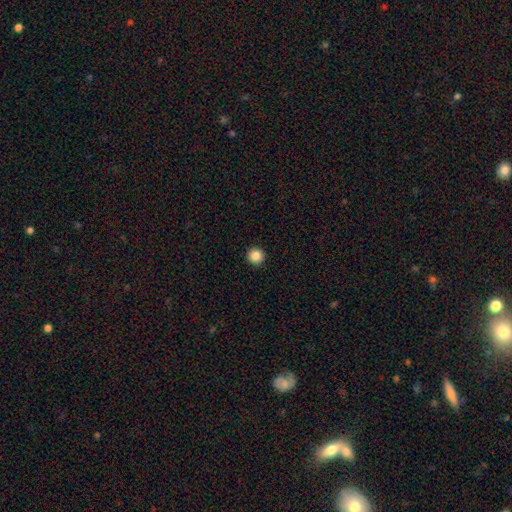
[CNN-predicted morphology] Smooth or featured? smooth (86%)
How rounded? round (96%)
Merging? none (93%)